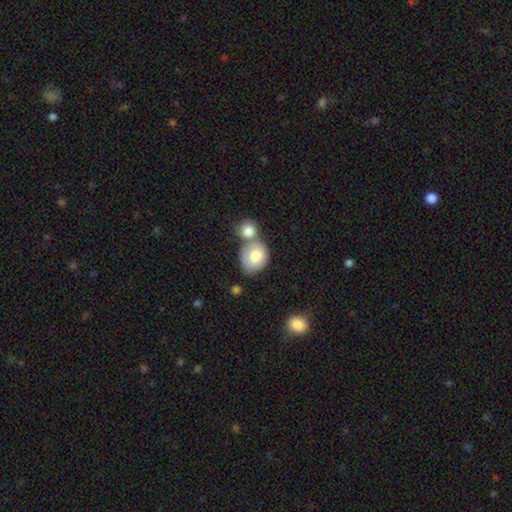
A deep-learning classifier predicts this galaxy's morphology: Smooth or featured: smooth — 77% (featured or disk — 16%)
How rounded: round — 60% (in between — 39%)
Merging: merger — 48% (none — 35%)